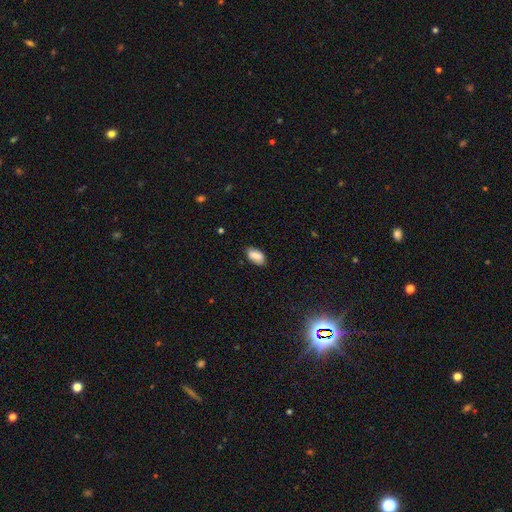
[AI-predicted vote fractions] The model was most divided on "merging": none: 80%, minor disturbance: 16%, major disturbance: 3%, merger: 1%. More confident: how rounded — in between (93%); smooth or featured — smooth (78%).